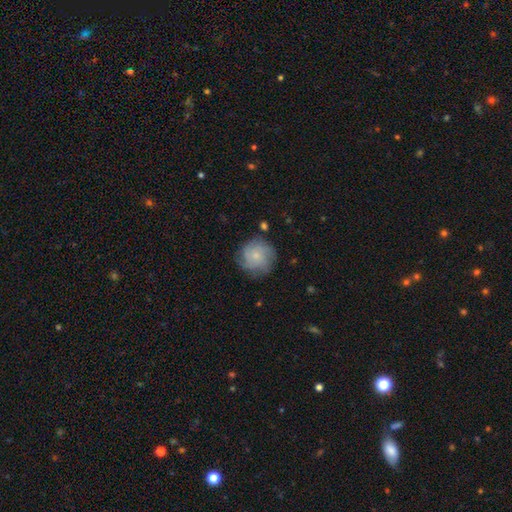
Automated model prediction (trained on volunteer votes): Smooth or featured? Predicted: featured or disk (p=0.47). Merging? Predicted: none (p=0.77).